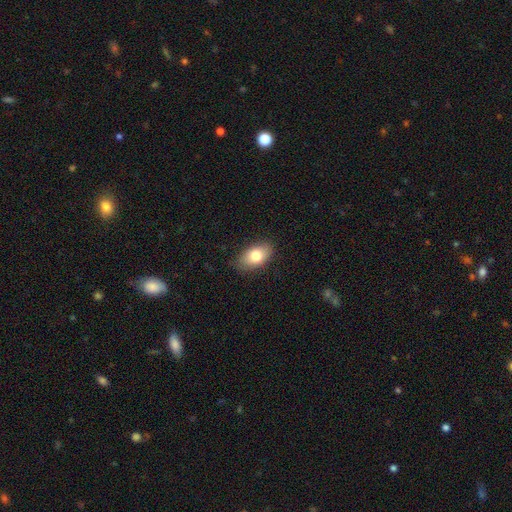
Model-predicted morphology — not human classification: Smooth or featured? Predicted: smooth (p=0.78). How rounded? Predicted: in between (p=0.90). Merging? Predicted: none (p=0.83).